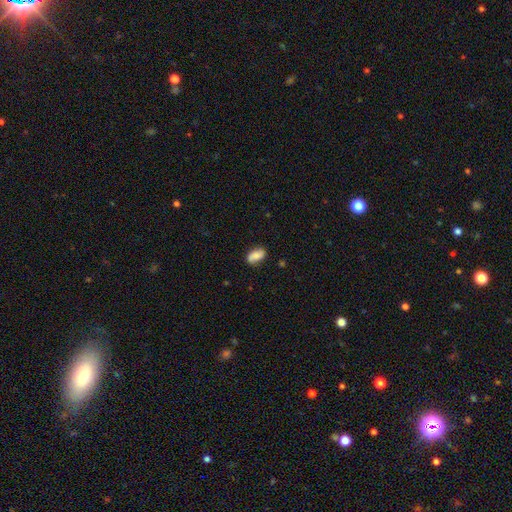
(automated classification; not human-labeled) Smooth or featured: smooth — 73% (featured or disk — 19%)
How rounded: in between — 91% (round — 6%)
Merging: none — 77% (minor disturbance — 18%)